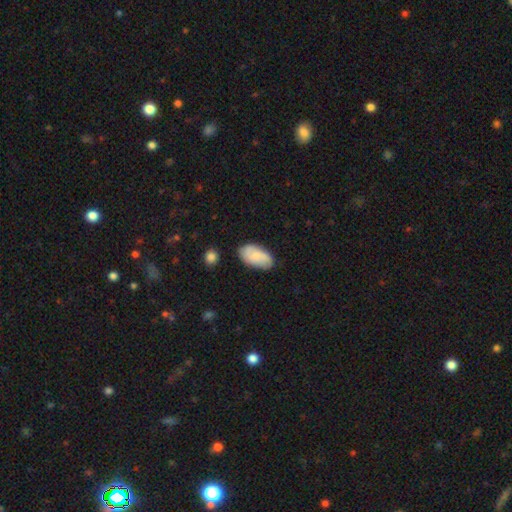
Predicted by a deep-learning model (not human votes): Smooth or featured: smooth — 71% (featured or disk — 23%)
How rounded: in between — 94% (round — 3%)
Merging: none — 77% (minor disturbance — 17%)